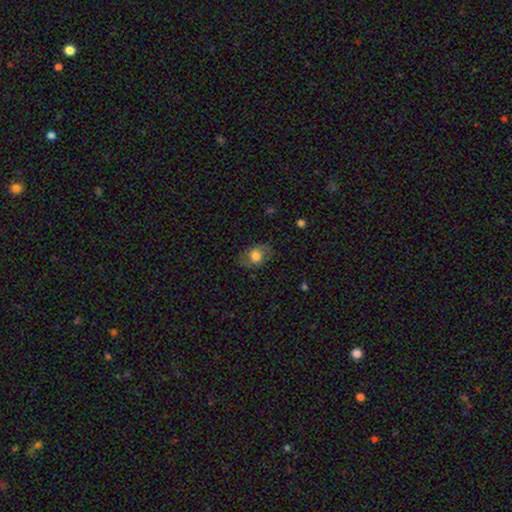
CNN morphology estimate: type=smooth (65%); roundness=in between (63%); merging=none (74%).